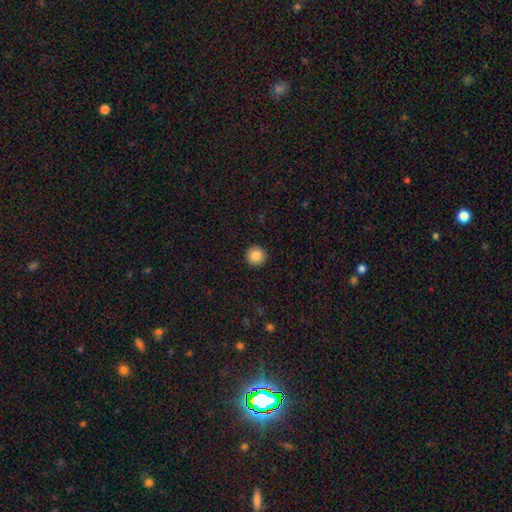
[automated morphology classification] Smooth or featured?
  - smooth: 87% *
  - star or artifact: 9%
  - featured or disk: 4%
How rounded?
  - round: 96% *
  - in between: 4%
  - cigar-shaped: 1%
Merging?
  - none: 93% *
  - minor disturbance: 4%
  - major disturbance: 2%
  - merger: 1%